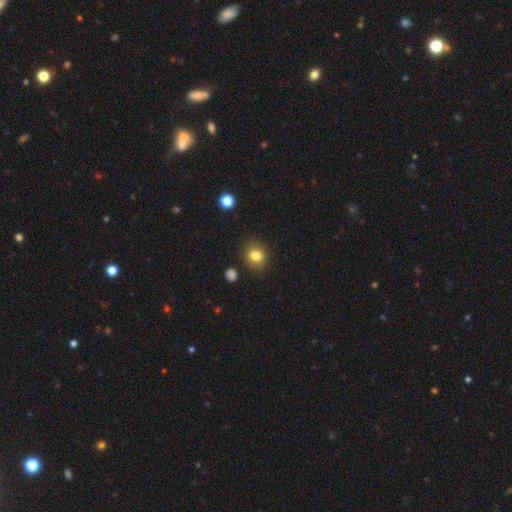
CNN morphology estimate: Overall: smooth (82%). How rounded: round (74%). Merging: none (86%).